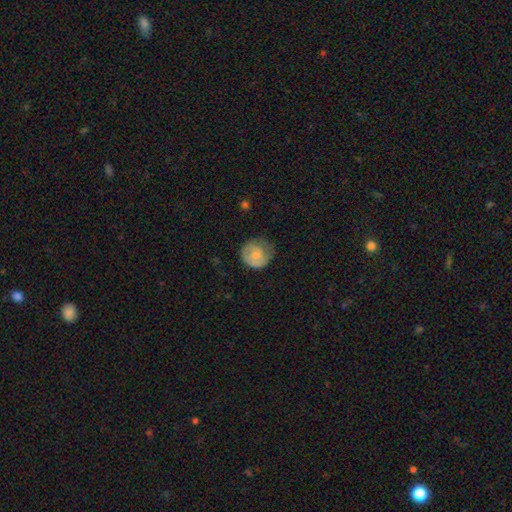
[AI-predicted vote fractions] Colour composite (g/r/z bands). It shows a smooth galaxy with no disk features (65%) that is round (86%). Merging: none (54%).